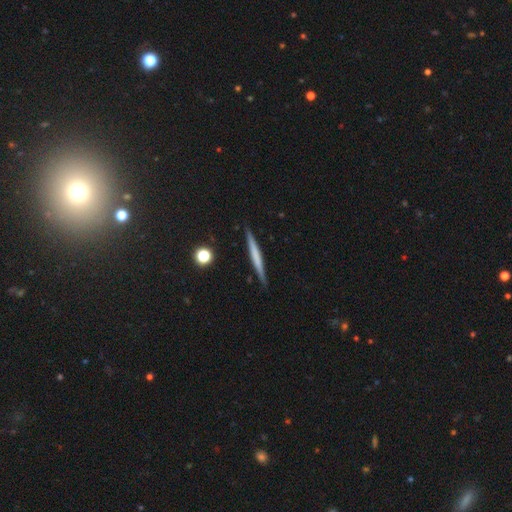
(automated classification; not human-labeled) Smooth or featured? smooth (47%, tied with featured or disk)
Merging? none (90%)